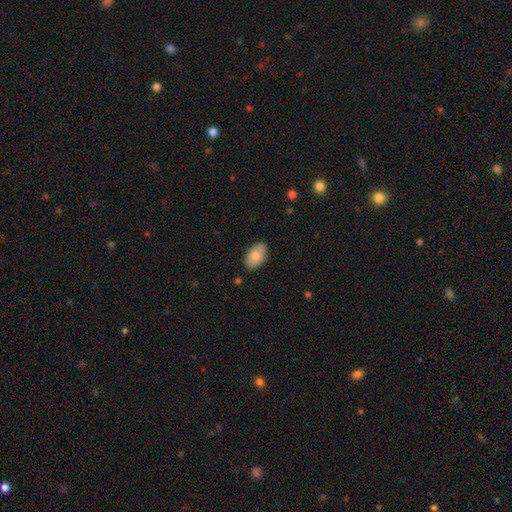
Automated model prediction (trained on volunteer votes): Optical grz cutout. It shows a smooth galaxy with no disk features (77%) that is in between round and cigar-shaped (93%). Merging: none (83%).